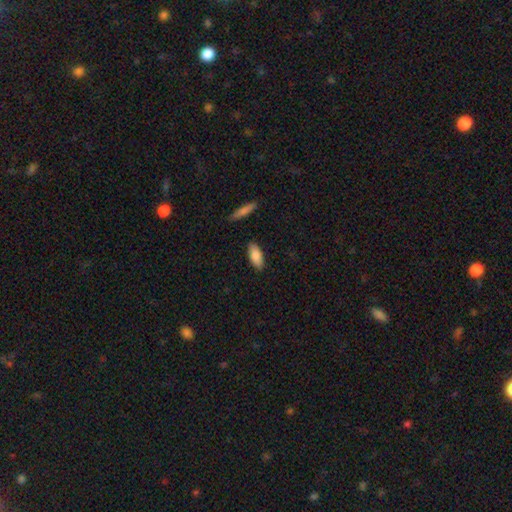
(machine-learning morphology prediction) This appears to be a smooth galaxy with no disk features (87%) that is in between round and cigar-shaped (84%). Merging: none (86%).